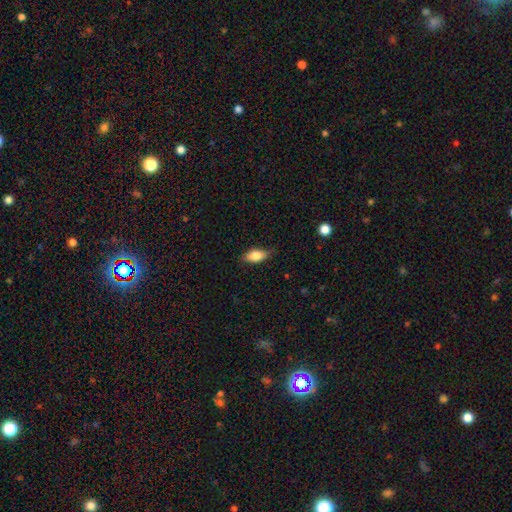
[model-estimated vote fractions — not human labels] smooth 78%, featured or disk 14%, star or artifact 7%. Down the decision tree: how rounded — in between (87%); merging — none (69%).